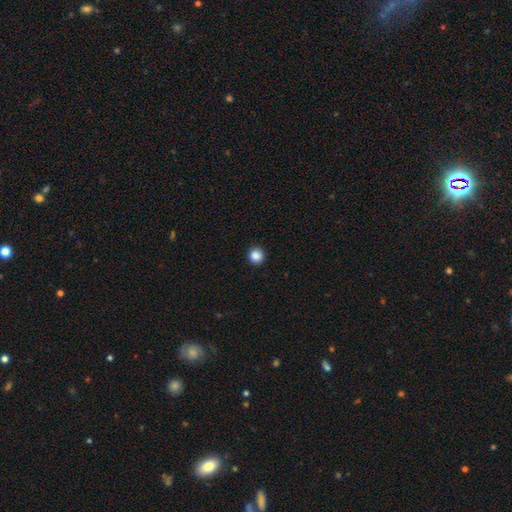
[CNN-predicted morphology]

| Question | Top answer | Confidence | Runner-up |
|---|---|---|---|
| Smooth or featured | smooth | 87% | star or artifact (10%) |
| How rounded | round | 94% | in between (5%) |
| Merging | none | 93% | minor disturbance (5%) |